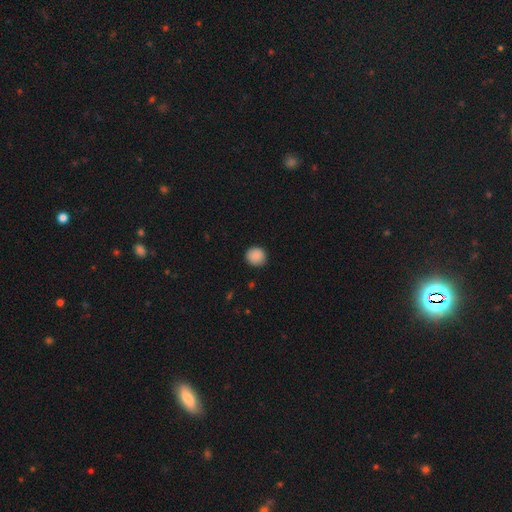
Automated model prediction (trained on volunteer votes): Smooth or featured? smooth (89%)
How rounded? round (93%)
Merging? none (91%)